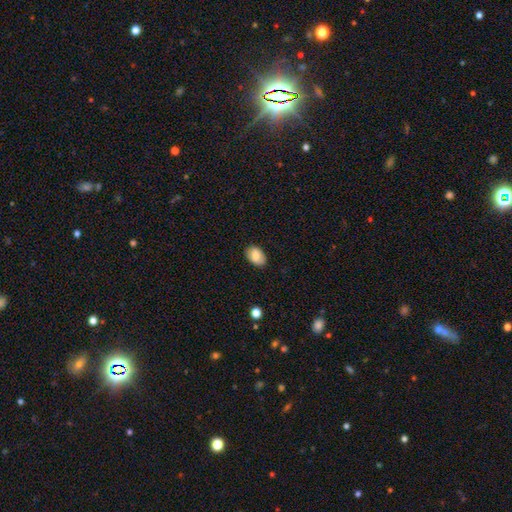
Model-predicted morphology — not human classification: This is clearly a smooth galaxy (85%). How rounded: clearly in between (88%). Merging: clearly none (85%).